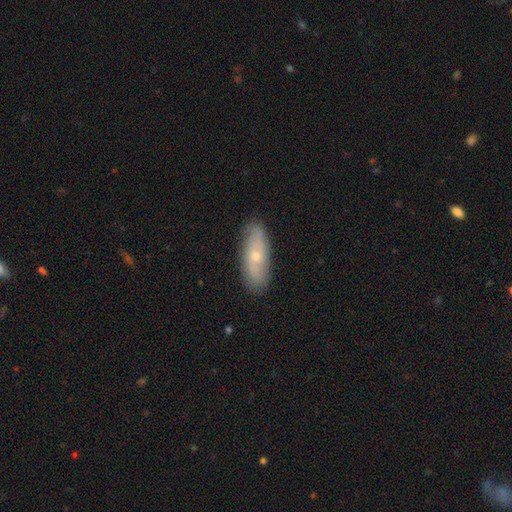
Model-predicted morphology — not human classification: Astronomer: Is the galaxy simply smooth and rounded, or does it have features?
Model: featured or disk — 52% (runner-up: smooth, 41%).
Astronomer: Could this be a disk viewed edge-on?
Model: no — 79%.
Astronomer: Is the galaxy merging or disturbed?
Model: none — 83%.